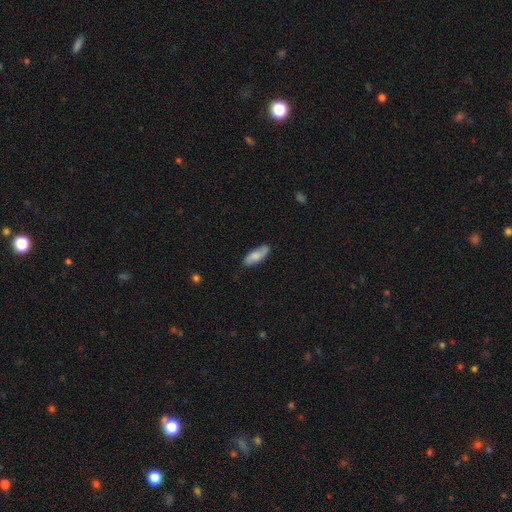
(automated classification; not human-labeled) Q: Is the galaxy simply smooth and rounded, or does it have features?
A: smooth — 65%.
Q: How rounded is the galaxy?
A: in between — 74%.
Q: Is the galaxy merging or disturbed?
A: none — 80%.